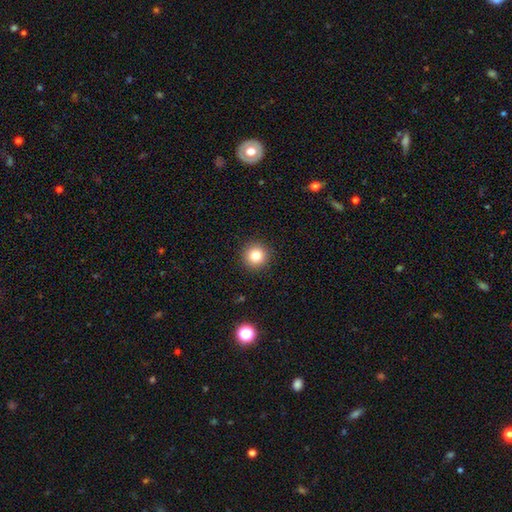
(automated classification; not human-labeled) smooth-or-featured: smooth: 81% | star or artifact: 12% | featured or disk: 7%
  how-rounded: round: 95% | in between: 4% | cigar-shaped: 1%
  merging: none: 92% | minor disturbance: 5% | major disturbance: 2% | merger: 1%